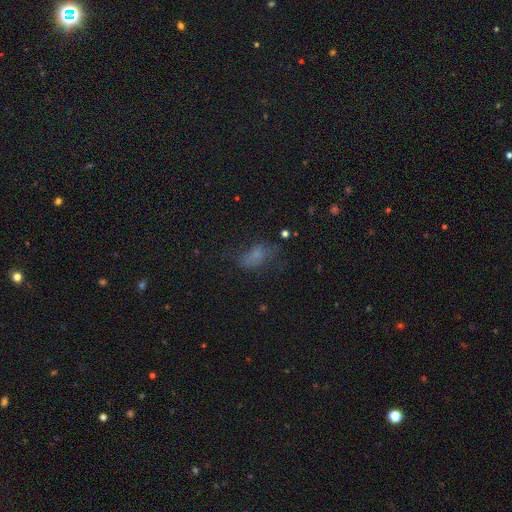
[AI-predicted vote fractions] Smooth or featured? smooth (59%)
How rounded? in between (85%)
Merging? none (43%)